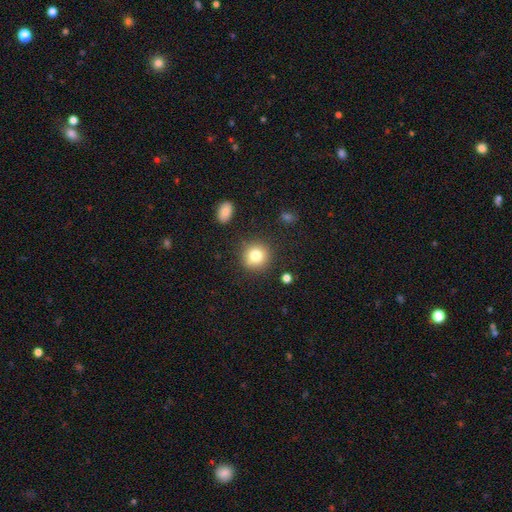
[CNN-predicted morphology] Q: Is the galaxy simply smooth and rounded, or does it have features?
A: smooth — 80%.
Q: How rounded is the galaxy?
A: round — 91%.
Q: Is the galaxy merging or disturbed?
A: none — 85%.